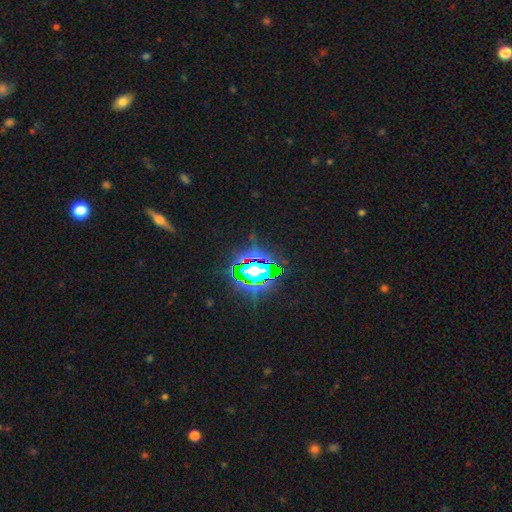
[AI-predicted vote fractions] star or artifact 75%, smooth 13%, featured or disk 12%.